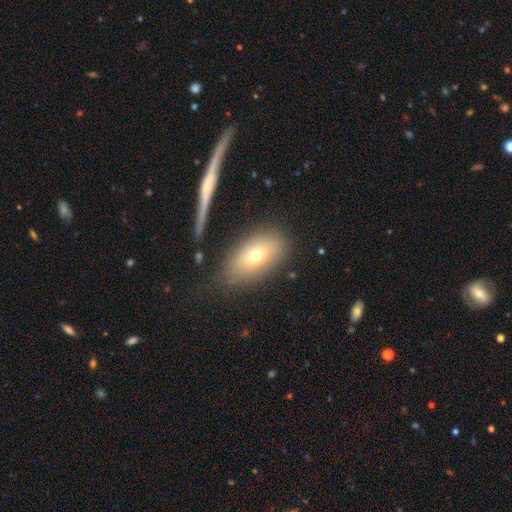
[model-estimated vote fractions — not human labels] Smooth or featured?
  - smooth: 65% *
  - featured or disk: 24%
  - star or artifact: 10%
How rounded?
  - in between: 86% *
  - round: 8%
  - cigar-shaped: 6%
Merging?
  - none: 74% *
  - minor disturbance: 15%
  - major disturbance: 6%
  - merger: 5%